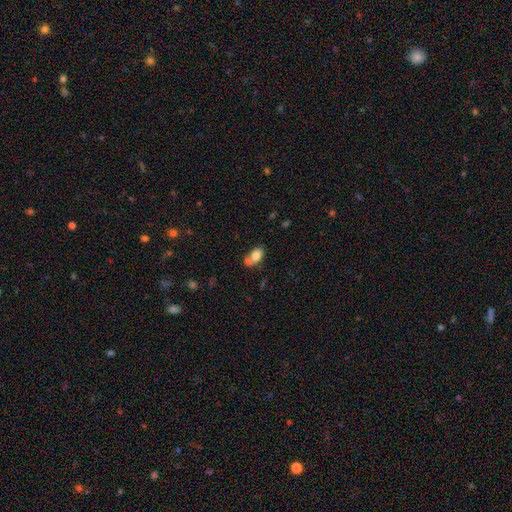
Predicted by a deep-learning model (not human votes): A smooth galaxy with no disk features (78%) that is in between round and cigar-shaped (80%). Merging: merger (39%).